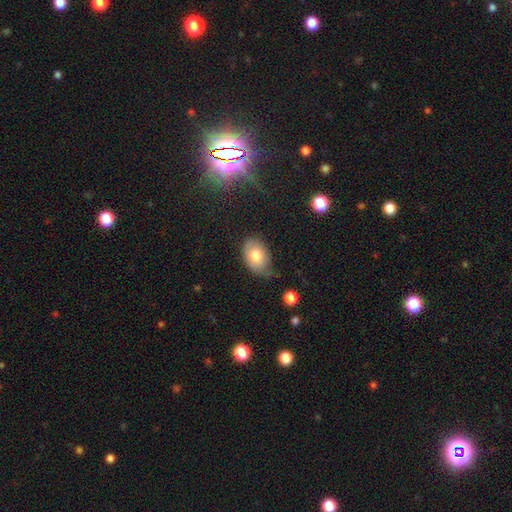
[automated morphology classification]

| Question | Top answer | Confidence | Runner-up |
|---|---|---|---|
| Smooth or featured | smooth | 75% | featured or disk (17%) |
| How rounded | in between | 86% | round (13%) |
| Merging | none | 60% | minor disturbance (31%) |